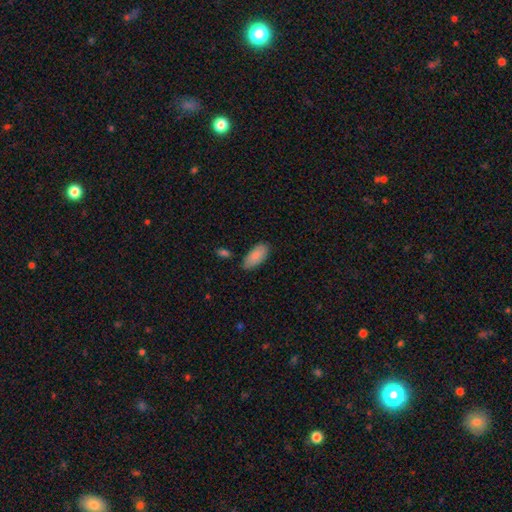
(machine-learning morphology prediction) Smooth or featured? smooth (87%)
How rounded? in between (91%)
Merging? none (79%)